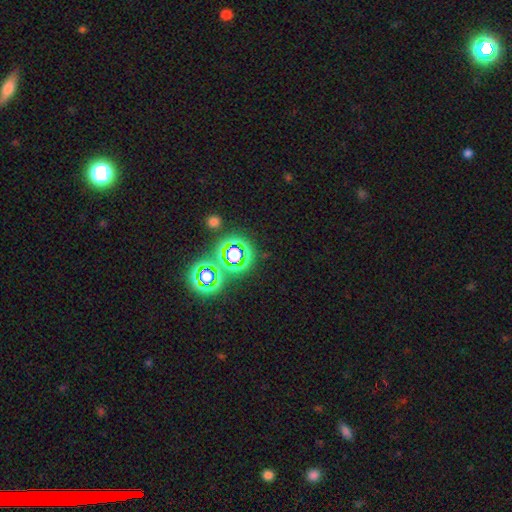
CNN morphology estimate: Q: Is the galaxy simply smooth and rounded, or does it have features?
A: star or artifact — 75%.